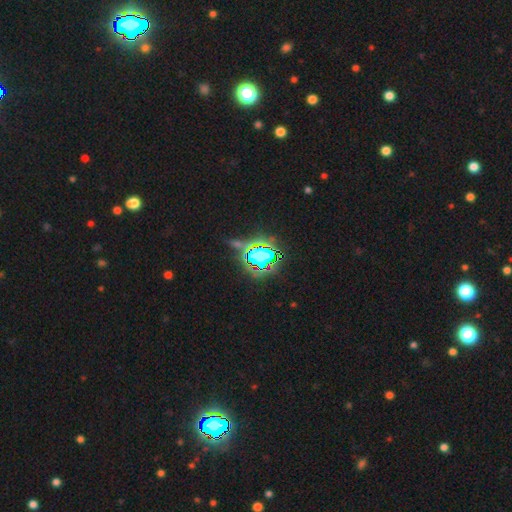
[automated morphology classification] The model was most divided on "smooth or featured": star or artifact: 83%, smooth: 10%, featured or disk: 7%.